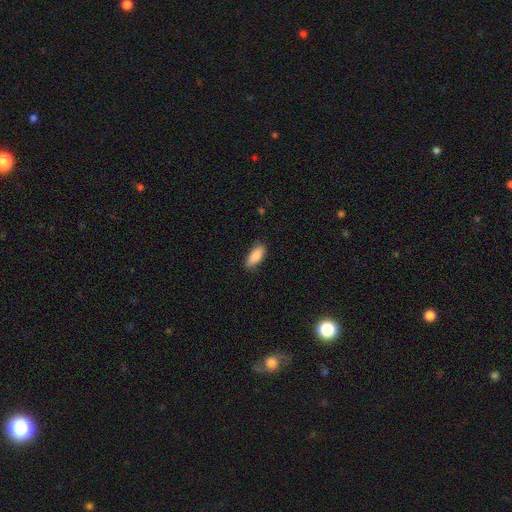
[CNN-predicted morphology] This is clearly a smooth galaxy (86%). How rounded: likely in between (76%). Merging: clearly none (85%).